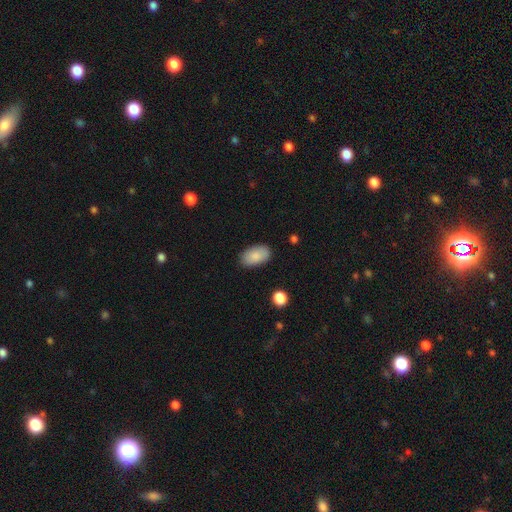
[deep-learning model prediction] This appears to be a smooth galaxy with no disk features (86%) that is in between round and cigar-shaped (94%). Merging: none (85%).